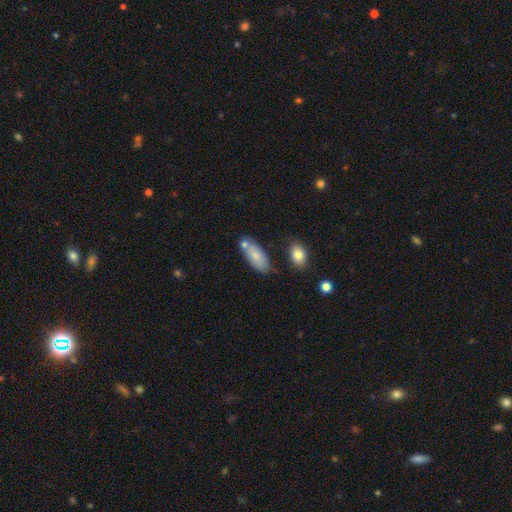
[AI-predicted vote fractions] Overall: smooth (79%). How rounded: in between (83%). Merging: none (59%).